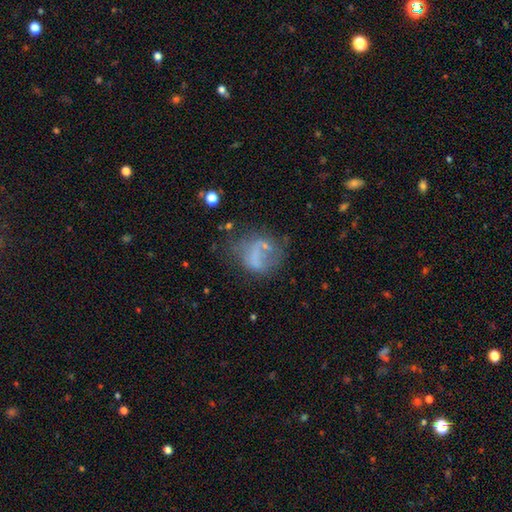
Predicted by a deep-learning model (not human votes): The model was most divided on "smooth or featured": smooth: 46%, featured or disk: 39%, star or artifact: 15%. Remaining: merging — none (40%).